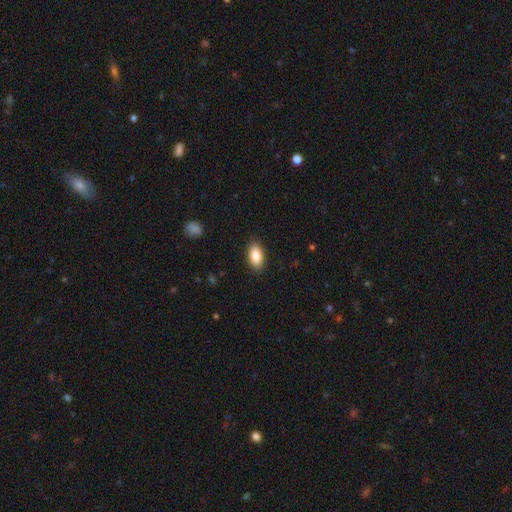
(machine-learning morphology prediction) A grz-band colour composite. It shows a smooth galaxy with no disk features (87%) that is in between round and cigar-shaped (92%). Merging: none (89%).